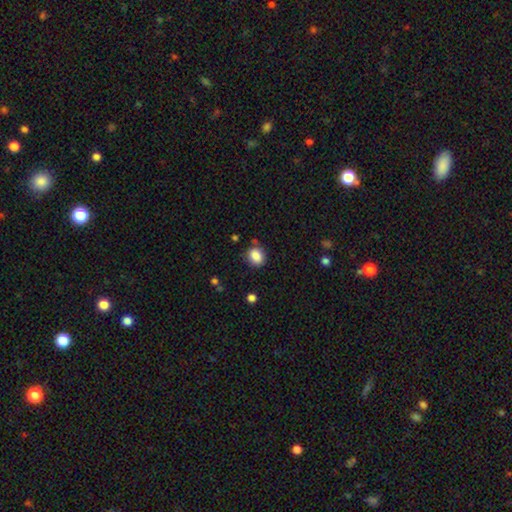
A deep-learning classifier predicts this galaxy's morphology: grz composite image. It shows a smooth galaxy with no disk features (86%) that is round (56%). Merging: none (76%).